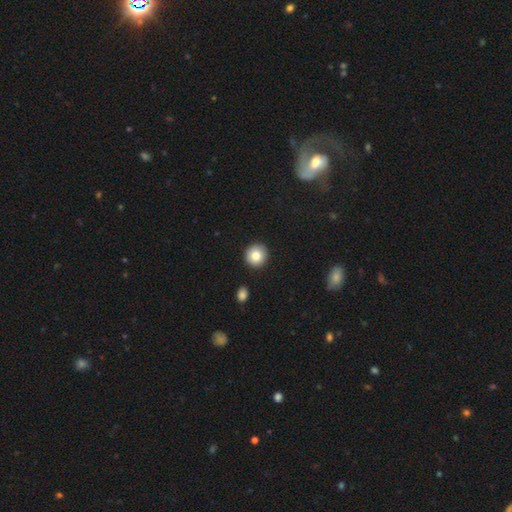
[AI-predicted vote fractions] Overall: smooth (83%). How rounded: round (92%). Merging: none (91%).